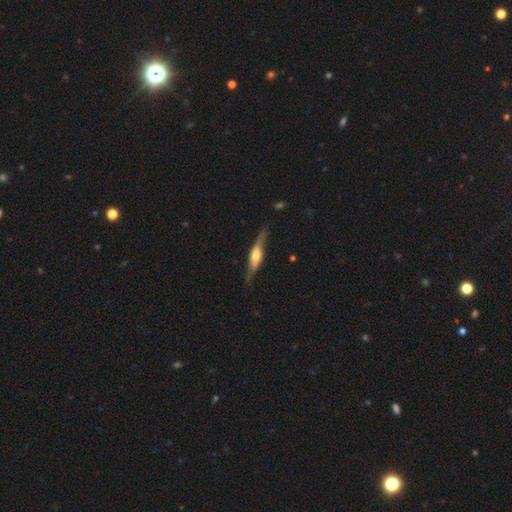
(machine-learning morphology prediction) Overall: featured or disk (63%; smooth 32%). Edge-on disk: yes (88%). Edge-on bulge: rounded (83%). Merging: none (74%).